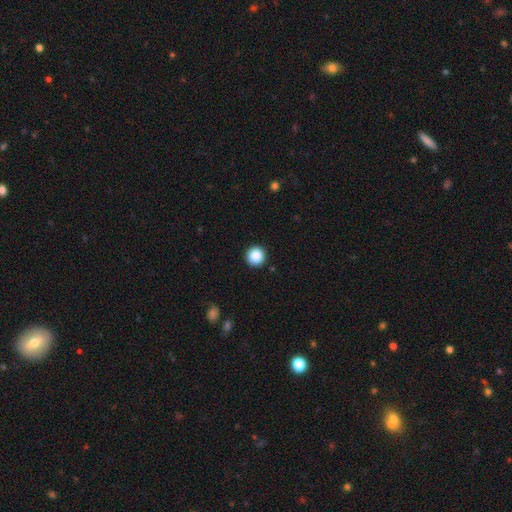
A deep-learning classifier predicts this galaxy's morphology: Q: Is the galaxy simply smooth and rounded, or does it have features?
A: smooth — 87%.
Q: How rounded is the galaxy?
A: round — 95%.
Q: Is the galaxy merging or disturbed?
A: none — 93%.